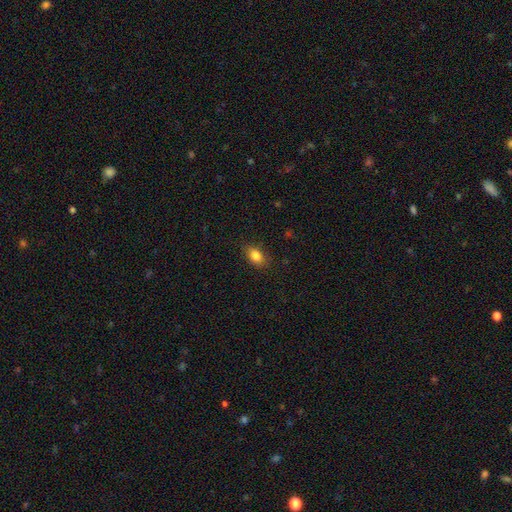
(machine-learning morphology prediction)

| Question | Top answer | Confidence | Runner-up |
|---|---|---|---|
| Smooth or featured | smooth | 84% | star or artifact (9%) |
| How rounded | in between | 81% | round (17%) |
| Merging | none | 84% | minor disturbance (12%) |